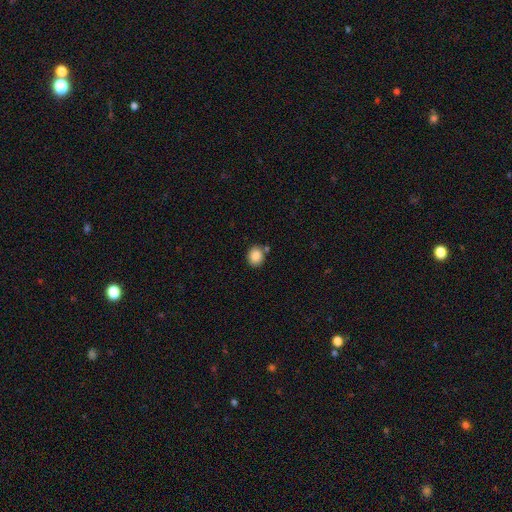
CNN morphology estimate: smooth-or-featured: smooth: 87% | star or artifact: 9% | featured or disk: 4%
  how-rounded: round: 69% | in between: 30% | cigar-shaped: 1%
  merging: none: 77% | minor disturbance: 11% | merger: 9% | major disturbance: 3%